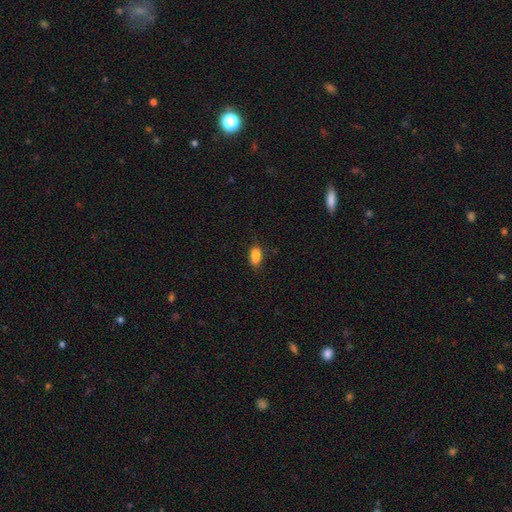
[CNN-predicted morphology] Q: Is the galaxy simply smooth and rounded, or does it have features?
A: smooth — 87%.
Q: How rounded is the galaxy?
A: in between — 88%.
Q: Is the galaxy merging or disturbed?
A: none — 79%.